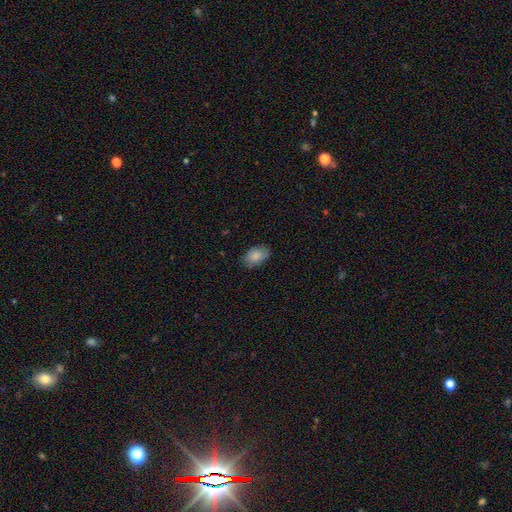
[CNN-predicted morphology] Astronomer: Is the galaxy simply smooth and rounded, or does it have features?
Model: smooth — 83%.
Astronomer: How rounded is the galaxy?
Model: in between — 89%.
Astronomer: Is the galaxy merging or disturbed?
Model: none — 79%.